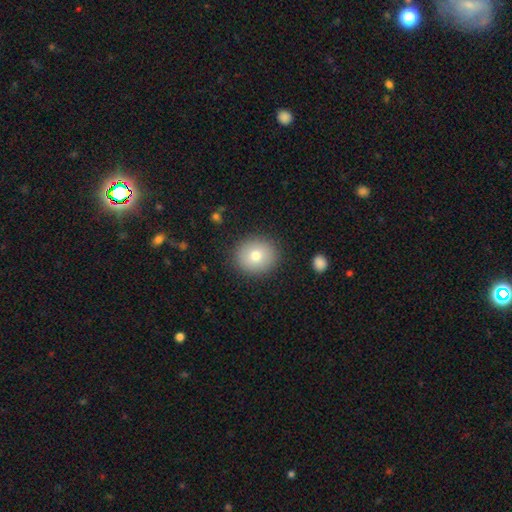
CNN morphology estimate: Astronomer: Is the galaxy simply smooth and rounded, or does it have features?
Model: smooth — 77%.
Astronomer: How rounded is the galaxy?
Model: round — 80%.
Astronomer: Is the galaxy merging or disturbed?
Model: none — 88%.